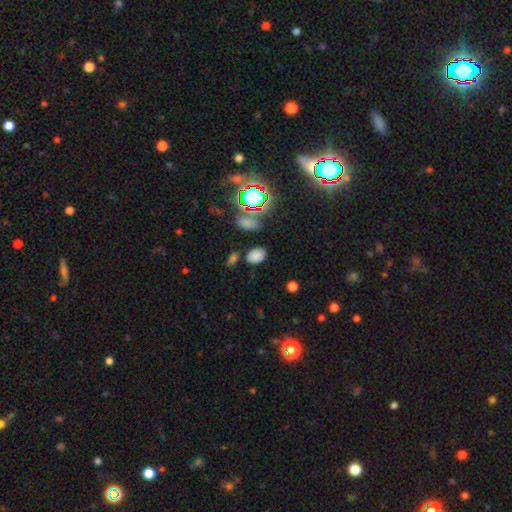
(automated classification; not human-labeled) This appears to be a smooth galaxy with no disk features (75%) that is in between round and cigar-shaped (81%). Merging: none (77%).